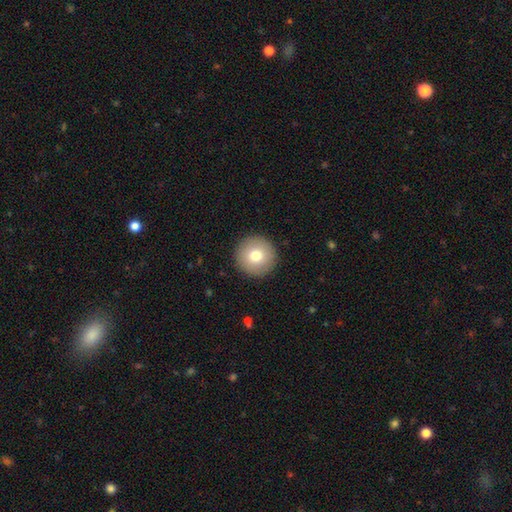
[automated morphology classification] Smooth or featured? Predicted: smooth (p=0.77). How rounded? Predicted: round (p=0.97). Merging? Predicted: none (p=0.92).